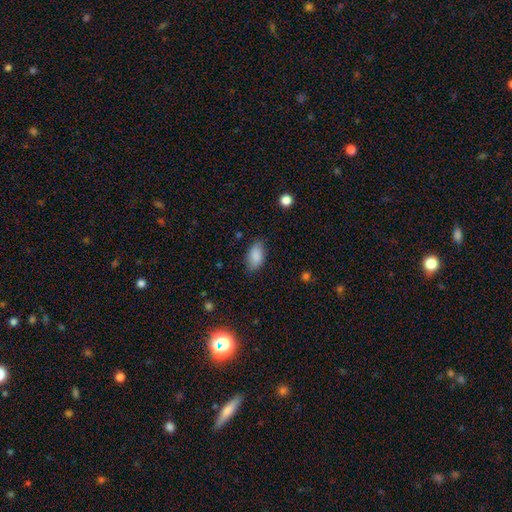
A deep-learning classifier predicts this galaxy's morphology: type=smooth (87%); roundness=in between (93%); merging=none (78%).